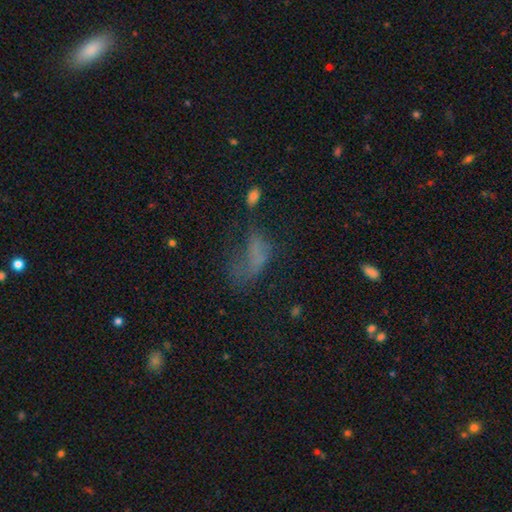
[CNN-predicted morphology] A smooth galaxy with no disk features (49%). Merging: major disturbance (47%).